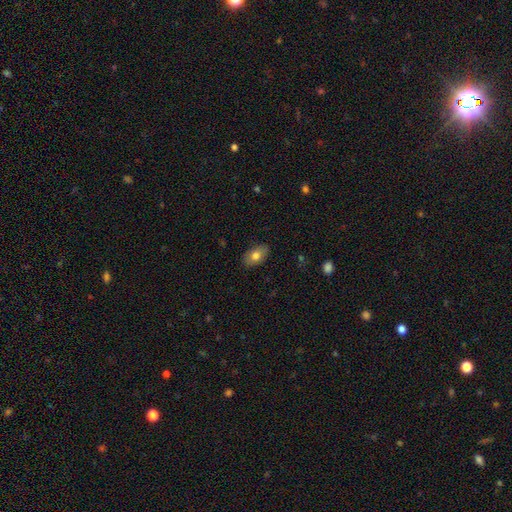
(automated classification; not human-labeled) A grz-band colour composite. It shows a smooth galaxy with no disk features (76%) that is in between round and cigar-shaped (91%). Merging: none (86%).